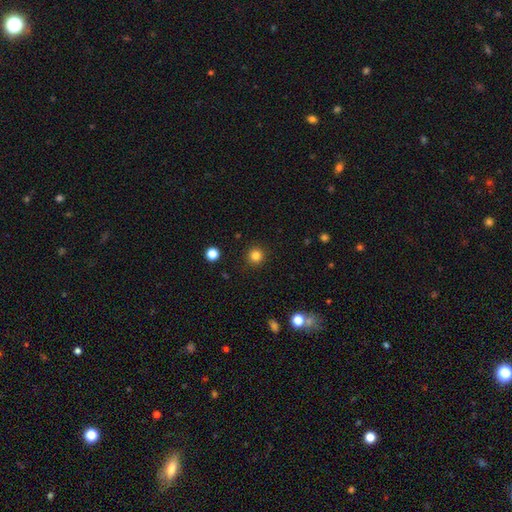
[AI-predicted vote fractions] Smooth or featured? Predicted: smooth (p=0.82). How rounded? Predicted: round (p=0.94). Merging? Predicted: none (p=0.92).